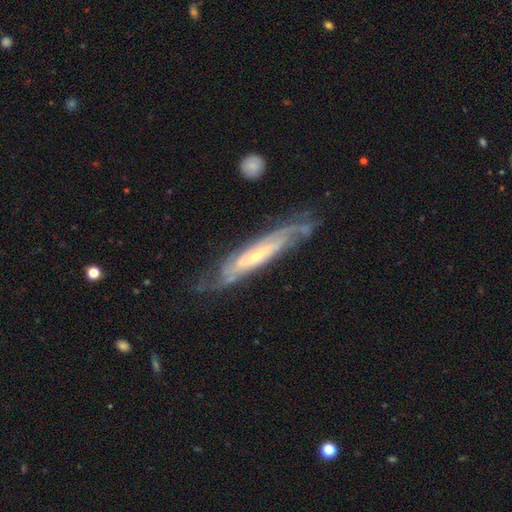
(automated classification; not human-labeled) featured or disk 80%, smooth 14%, star or artifact 5%. Down the decision tree: edge-on disk — no (59%); merging — none (67%).